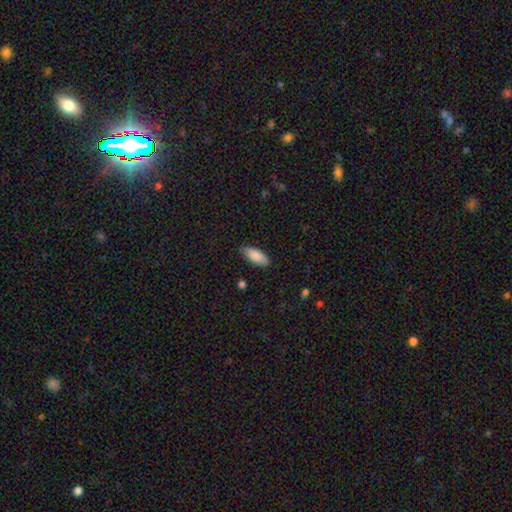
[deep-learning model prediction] A smooth galaxy with no disk features (88%) that is in between round and cigar-shaped (81%). Merging: none (84%).